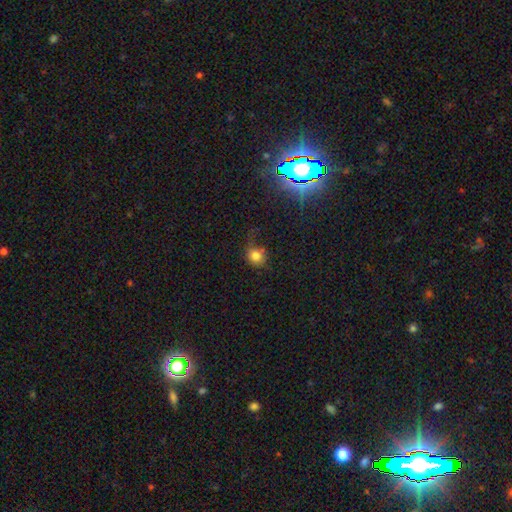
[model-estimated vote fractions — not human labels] This appears to be a smooth galaxy with no disk features (78%) that is round (82%). Merging: none (58%).